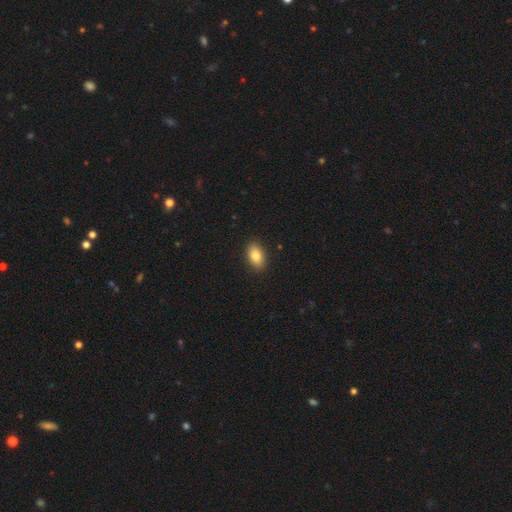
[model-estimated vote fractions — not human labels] smooth_or_featured: smooth (p=0.84) [alt: featured or disk p=0.08]
how_rounded: in between (p=0.89) [alt: round p=0.09]
merging: none (p=0.90) [alt: minor disturbance p=0.08]